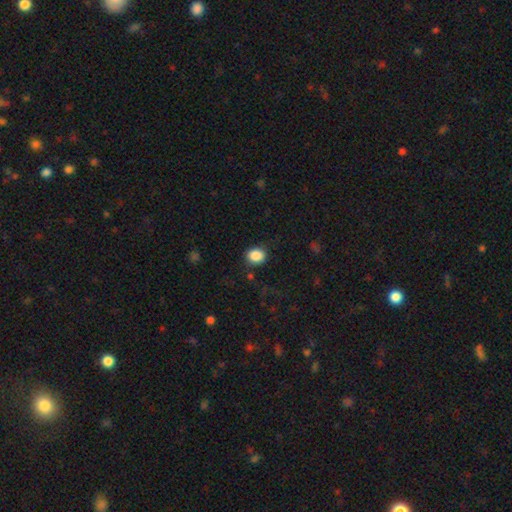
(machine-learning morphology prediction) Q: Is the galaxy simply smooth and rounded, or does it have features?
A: smooth — 88%.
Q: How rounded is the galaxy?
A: round — 60%.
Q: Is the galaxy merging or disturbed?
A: none — 84%.